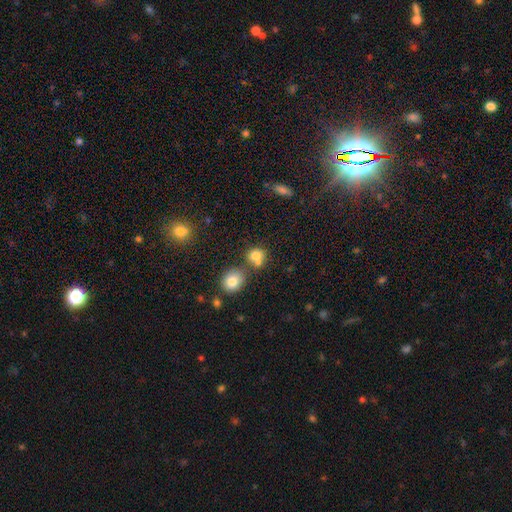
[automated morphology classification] Smooth or featured: smooth — 78% (star or artifact — 13%)
How rounded: round — 76% (in between — 23%)
Merging: none — 51% (merger — 34%)